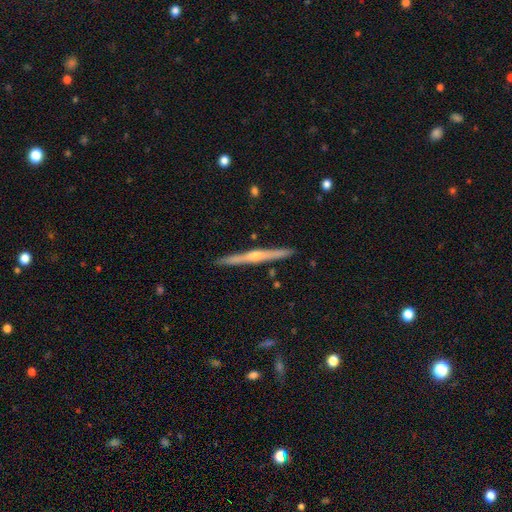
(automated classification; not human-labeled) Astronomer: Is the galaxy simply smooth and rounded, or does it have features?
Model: featured or disk — 75%.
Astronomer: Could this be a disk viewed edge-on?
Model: yes — 98%.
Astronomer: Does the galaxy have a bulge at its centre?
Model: rounded — 83%.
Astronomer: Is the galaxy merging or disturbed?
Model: none — 91%.